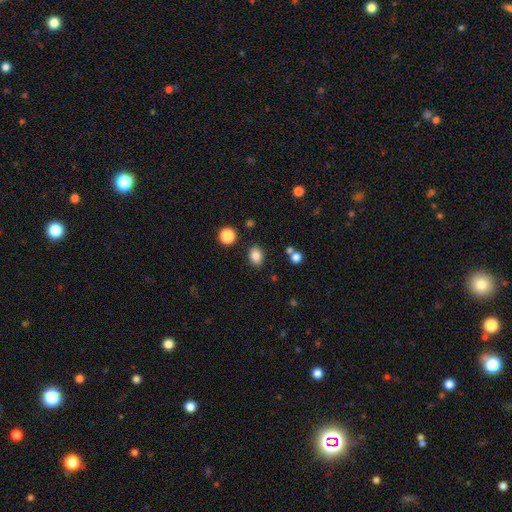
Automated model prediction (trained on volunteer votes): A smooth galaxy with no disk features (84%) that is in between round and cigar-shaped (67%). Merging: none (85%).